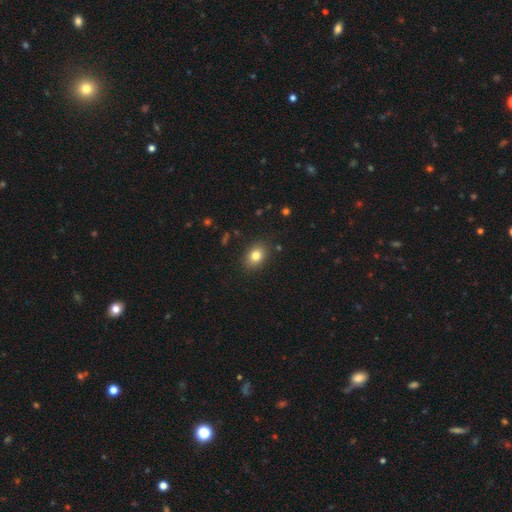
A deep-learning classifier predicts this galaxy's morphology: A smooth galaxy with no disk features (81%) that is in between round and cigar-shaped (67%). Merging: none (86%).